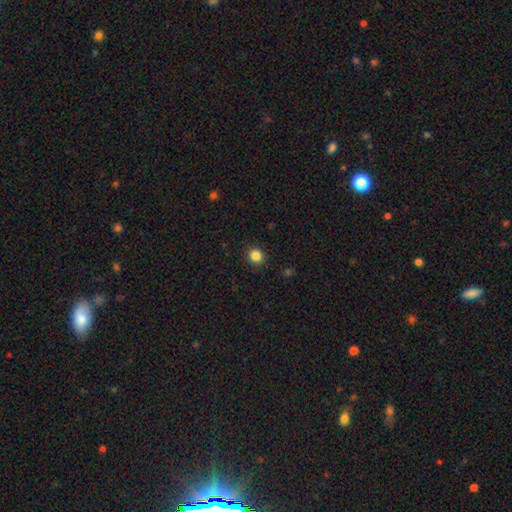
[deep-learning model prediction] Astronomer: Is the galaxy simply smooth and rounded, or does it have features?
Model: smooth — 85%.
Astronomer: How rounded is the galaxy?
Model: round — 87%.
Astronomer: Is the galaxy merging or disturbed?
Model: none — 91%.